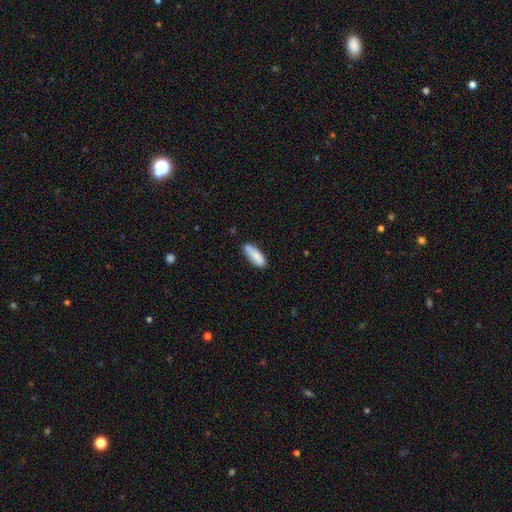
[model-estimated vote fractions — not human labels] Smooth or featured? smooth (81%)
How rounded? in between (67%)
Merging? none (80%)